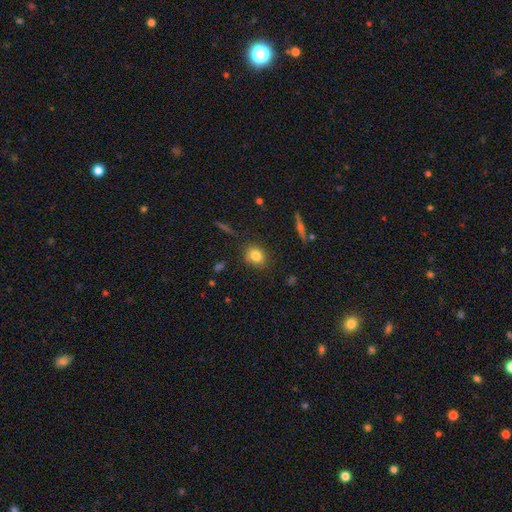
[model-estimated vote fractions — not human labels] A smooth galaxy with no disk features (80%) that is round (54%). Merging: none (85%).